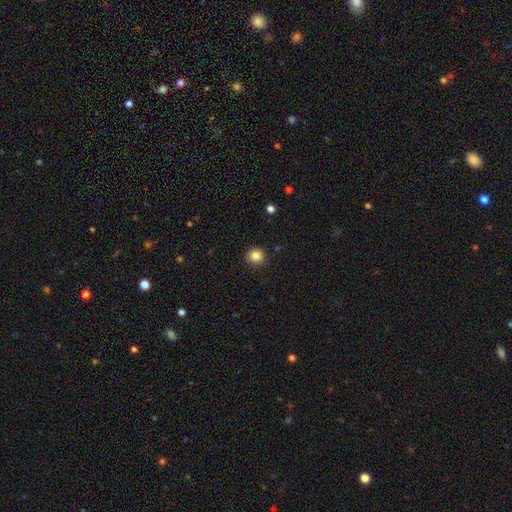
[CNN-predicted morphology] Smooth or featured? Predicted: smooth (p=0.84). How rounded? Predicted: round (p=0.92). Merging? Predicted: none (p=0.91).